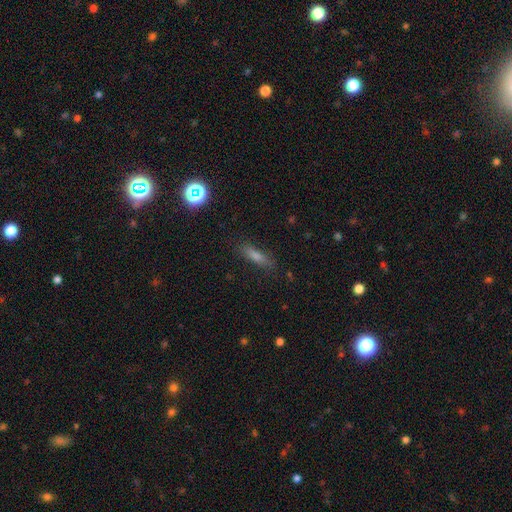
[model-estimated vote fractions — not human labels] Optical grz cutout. It shows a smooth galaxy with no disk features (62%) that is cigar-shaped (68%). Merging: none (82%).